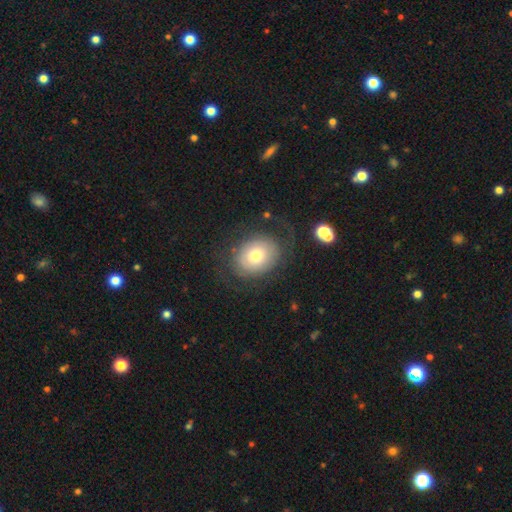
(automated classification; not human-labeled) A smooth galaxy with no disk features (58%) that is in between round and cigar-shaped (51%). Merging: none (69%).